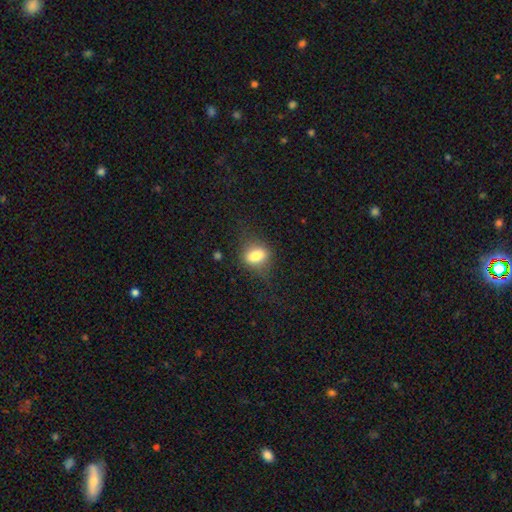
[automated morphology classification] smooth 77%, featured or disk 13%, star or artifact 10%. Down the decision tree: how rounded — in between (72%); merging — none (68%).